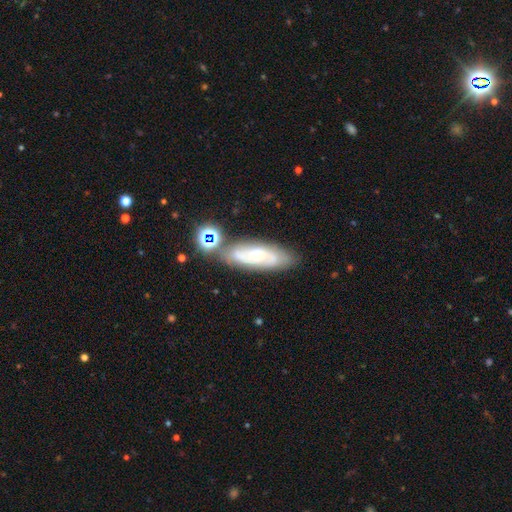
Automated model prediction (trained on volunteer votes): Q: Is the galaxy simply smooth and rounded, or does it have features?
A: featured or disk — 60%.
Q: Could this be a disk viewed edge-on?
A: no — 83%.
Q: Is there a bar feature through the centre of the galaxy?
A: no — 64%.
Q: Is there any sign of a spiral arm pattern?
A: yes — 87%.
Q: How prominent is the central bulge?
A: small — 56%.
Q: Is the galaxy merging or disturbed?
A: none — 68%.